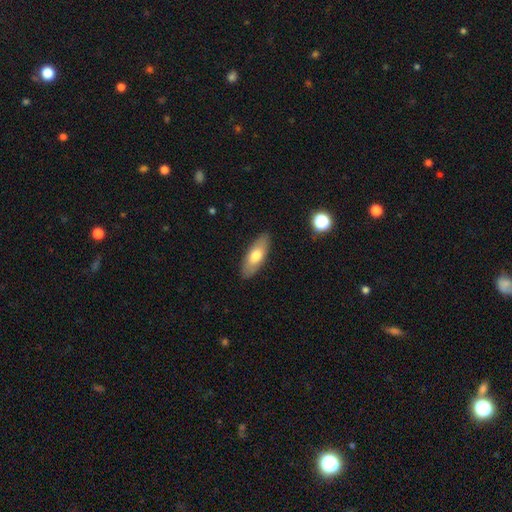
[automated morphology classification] The model was most divided on "how rounded": in between: 69%, cigar-shaped: 28%, round: 2%. More confident: merging — none (86%); smooth or featured — smooth (68%).